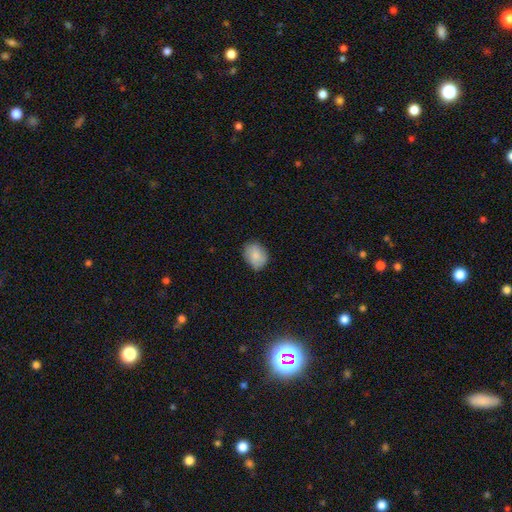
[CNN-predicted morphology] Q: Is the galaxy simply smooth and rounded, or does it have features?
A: smooth — 86%.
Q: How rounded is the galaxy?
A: in between — 59%.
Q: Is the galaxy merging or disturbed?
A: none — 80%.